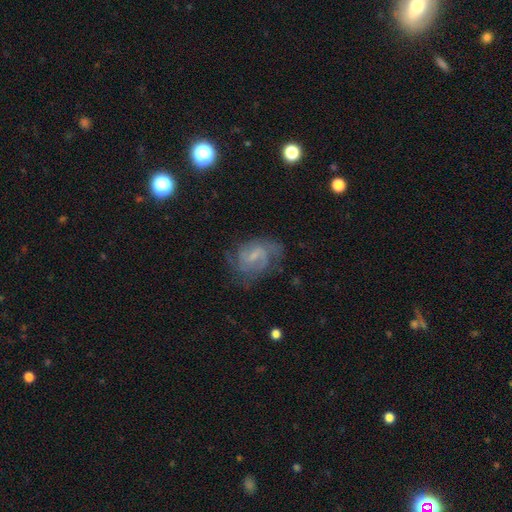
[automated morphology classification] smooth_or_featured: featured or disk (p=0.74) [alt: smooth p=0.17]
disk_edge_on: no (p=0.97) [alt: yes p=0.03]
bar: weak (p=0.58) [alt: no p=0.29]
has_spiral_arms: yes (p=0.91) [alt: no p=0.09]
spiral_winding: medium (p=0.47) [alt: tight p=0.34]
spiral_arm_count: 2 (p=0.45) [alt: can't tell p=0.26]
bulge_size: small (p=0.55) [alt: moderate p=0.21]
merging: none (p=0.59) [alt: minor disturbance p=0.23]